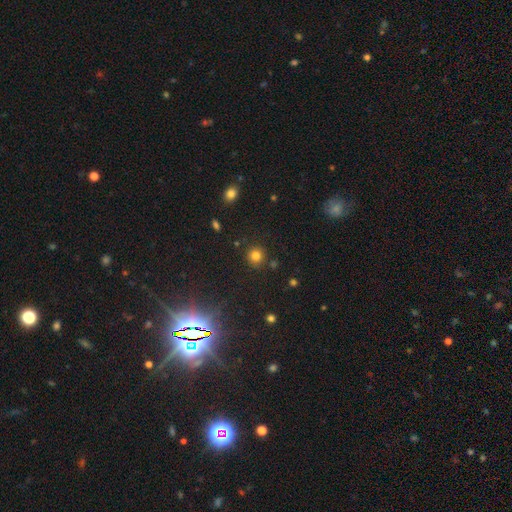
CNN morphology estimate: type=smooth (79%); roundness=round (92%); merging=none (86%).